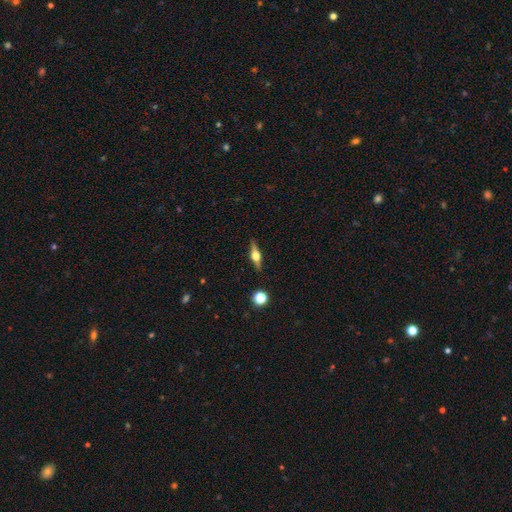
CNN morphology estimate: Smooth or featured: featured or disk — 72% (smooth — 21%)
Edge-on disk: yes — 97% (no — 3%)
Edge-on bulge: rounded — 94% (boxy — 5%)
Merging: none — 89% (minor disturbance — 8%)